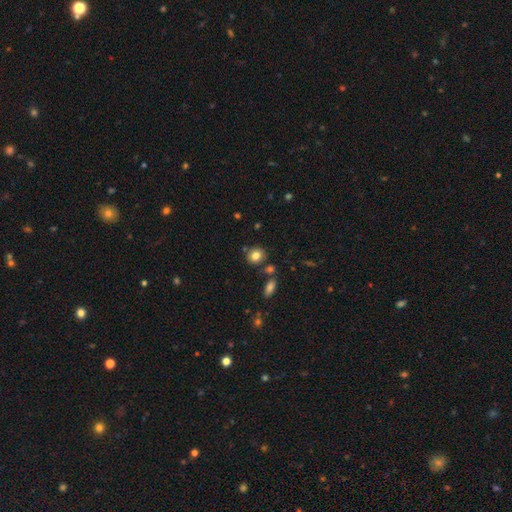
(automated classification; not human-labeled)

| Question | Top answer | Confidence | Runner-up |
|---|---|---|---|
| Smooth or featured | smooth | 81% | star or artifact (11%) |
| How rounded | round | 75% | in between (24%) |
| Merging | none | 79% | minor disturbance (10%) |